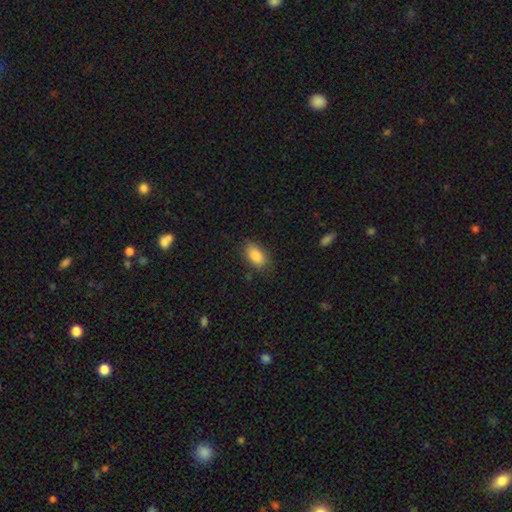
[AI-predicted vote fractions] smooth_or_featured: smooth (p=0.86) [alt: star or artifact p=0.07]
how_rounded: in between (p=0.91) [alt: round p=0.06]
merging: none (p=0.80) [alt: minor disturbance p=0.15]